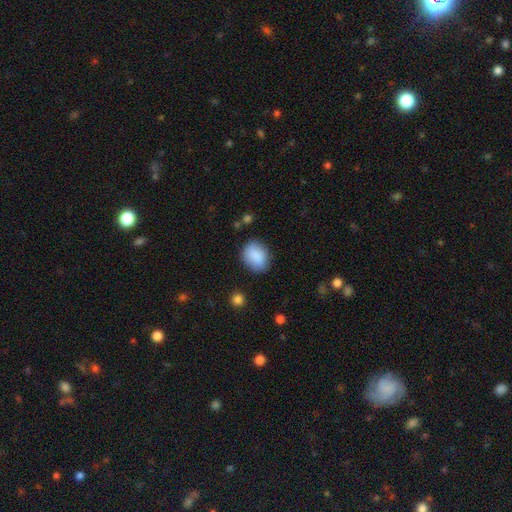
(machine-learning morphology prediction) Smooth or featured? Predicted: smooth (p=0.88). How rounded? Predicted: in between (p=0.56). Merging? Predicted: none (p=0.80).